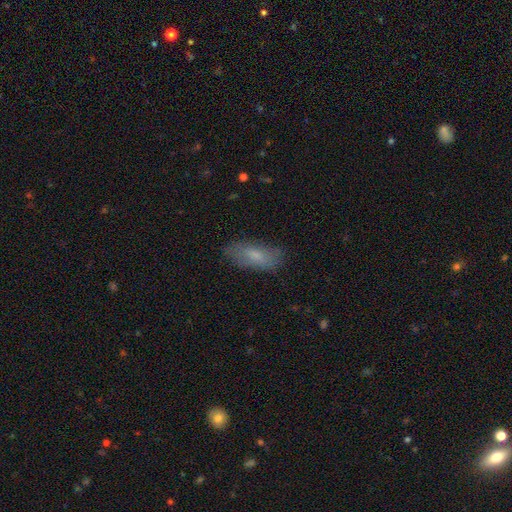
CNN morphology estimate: A smooth galaxy with no disk features (73%) that is in between round and cigar-shaped (76%). Merging: none (78%).